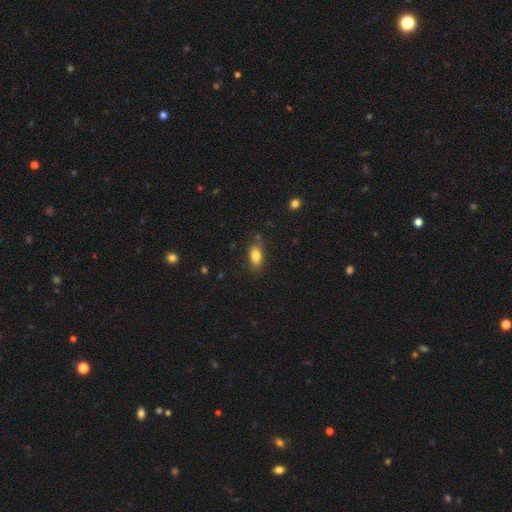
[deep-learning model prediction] Smooth or featured? smooth (83%)
How rounded? in between (86%)
Merging? none (79%)